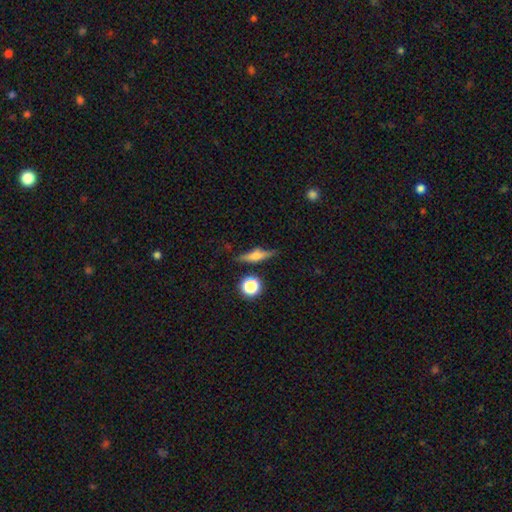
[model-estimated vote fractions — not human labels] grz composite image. It shows a featured or disk galaxy (45%). Merging: none (80%).